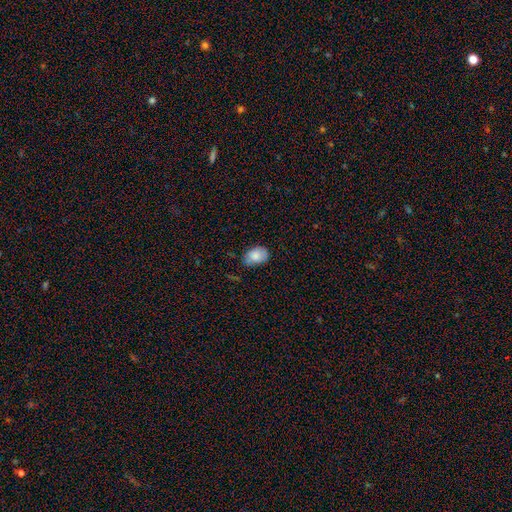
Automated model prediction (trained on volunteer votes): smooth 83%, featured or disk 9%, star or artifact 8%. Down the decision tree: how rounded — in between (79%); merging — none (61%).